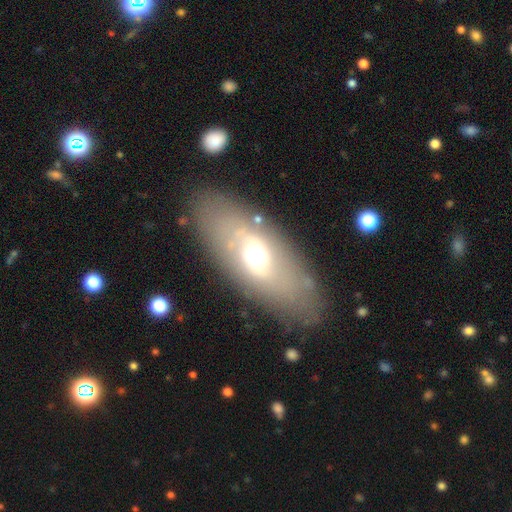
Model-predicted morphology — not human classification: Smooth or featured? Predicted: featured or disk (p=0.48). Merging? Predicted: none (p=0.80).